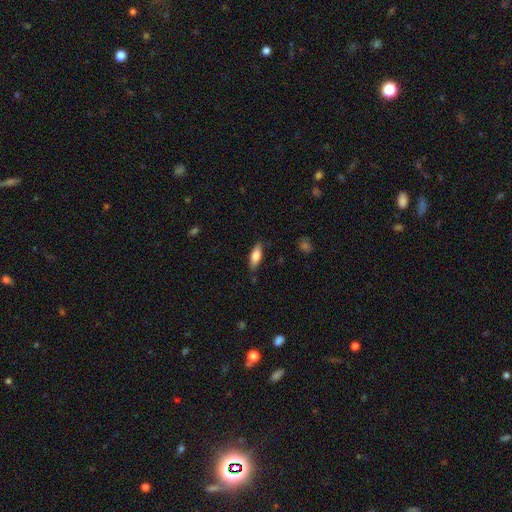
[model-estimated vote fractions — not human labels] A smooth galaxy with no disk features (72%) that is in between round and cigar-shaped (67%). Merging: none (82%).